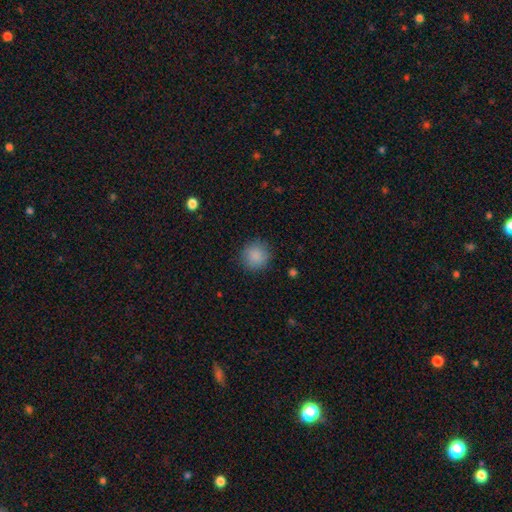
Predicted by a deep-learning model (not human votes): This appears to be a smooth galaxy with no disk features (88%) that is round (94%). Merging: none (89%).